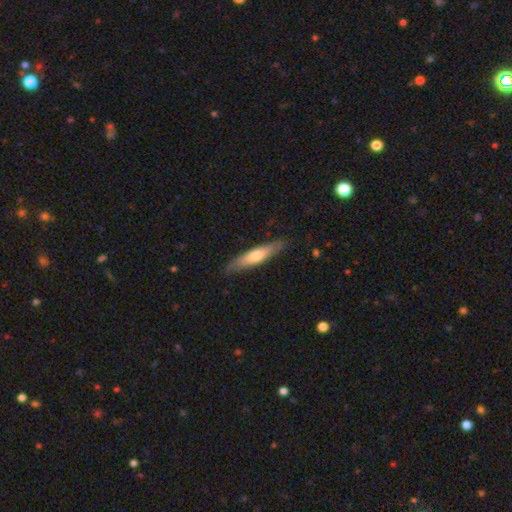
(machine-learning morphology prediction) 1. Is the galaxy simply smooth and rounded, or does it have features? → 58% smooth, 37% featured or disk, 5% star or artifact.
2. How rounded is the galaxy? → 85% cigar-shaped, 14% in between, 1% round.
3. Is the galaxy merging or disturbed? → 86% none, 11% minor disturbance, 2% major disturbance, 1% merger.